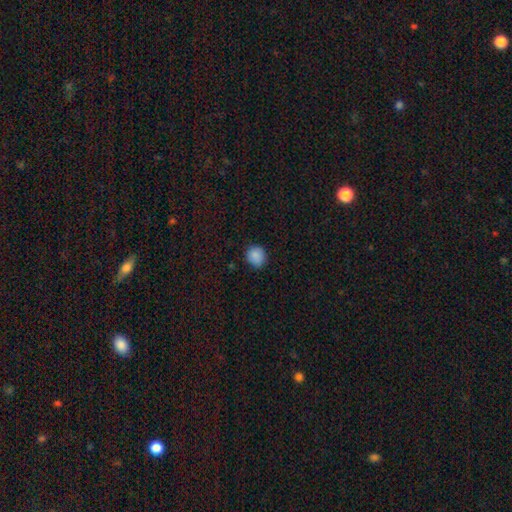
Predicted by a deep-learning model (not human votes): Overall: smooth (87%). How rounded: round (87%). Merging: none (83%).